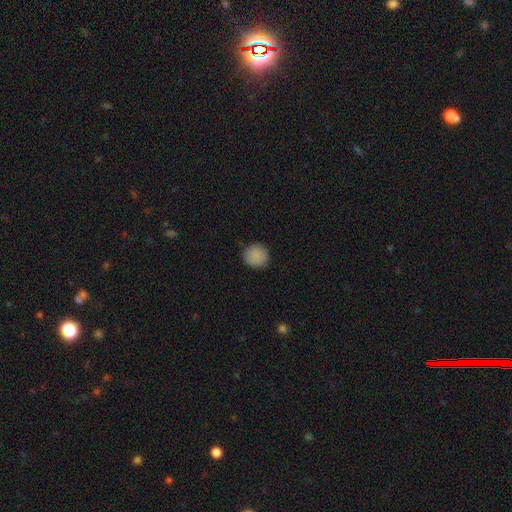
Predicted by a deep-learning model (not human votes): Smooth or featured?
  - smooth: 88% *
  - star or artifact: 9%
  - featured or disk: 3%
How rounded?
  - round: 92% *
  - in between: 7%
  - cigar-shaped: 1%
Merging?
  - none: 90% *
  - minor disturbance: 7%
  - major disturbance: 2%
  - merger: 1%